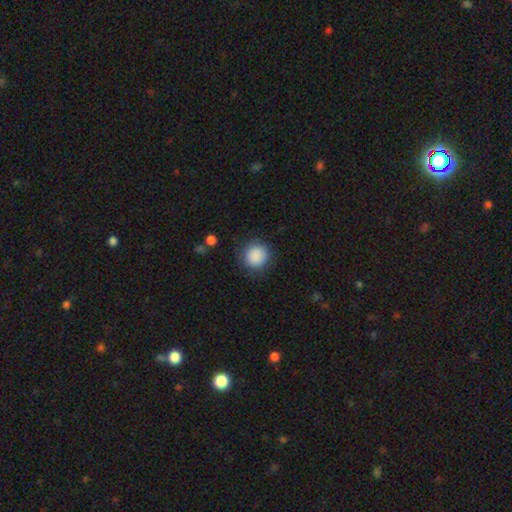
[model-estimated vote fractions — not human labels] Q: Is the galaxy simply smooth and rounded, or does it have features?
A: smooth — 89%.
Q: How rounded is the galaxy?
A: round — 92%.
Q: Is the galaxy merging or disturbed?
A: none — 86%.